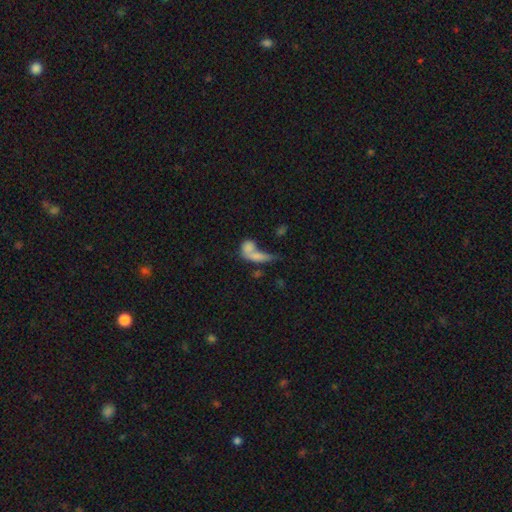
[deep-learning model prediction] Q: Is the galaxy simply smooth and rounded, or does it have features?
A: smooth — 68%.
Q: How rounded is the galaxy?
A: in between — 57%.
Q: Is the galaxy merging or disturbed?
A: merger — 55%.